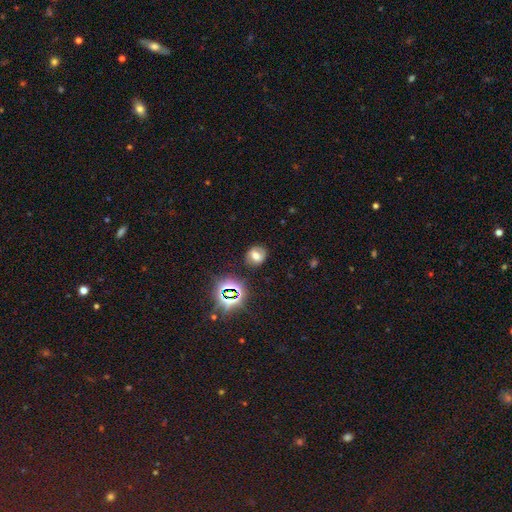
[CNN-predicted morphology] smooth_or_featured: smooth (p=0.52) [alt: featured or disk p=0.25]
how_rounded: round (p=0.64) [alt: in between p=0.35]
merging: none (p=0.83) [alt: minor disturbance p=0.11]